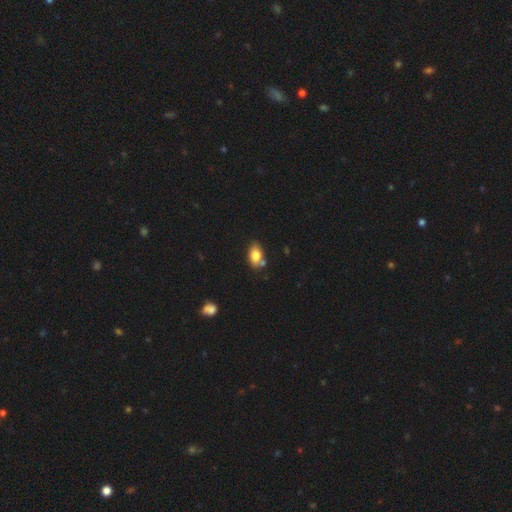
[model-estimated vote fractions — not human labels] smooth-or-featured: smooth: 82% | featured or disk: 10% | star or artifact: 8%
  how-rounded: in between: 88% | round: 10% | cigar-shaped: 2%
  merging: none: 64% | minor disturbance: 18% | merger: 14% | major disturbance: 4%